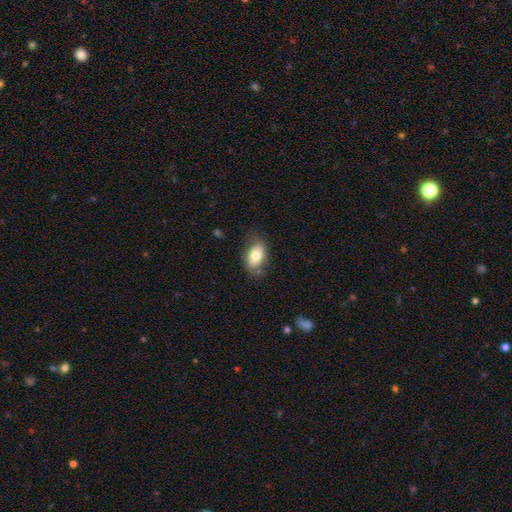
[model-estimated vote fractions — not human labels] This is likely a smooth galaxy (76%). How rounded: clearly in between (89%). Merging: likely none (70%).